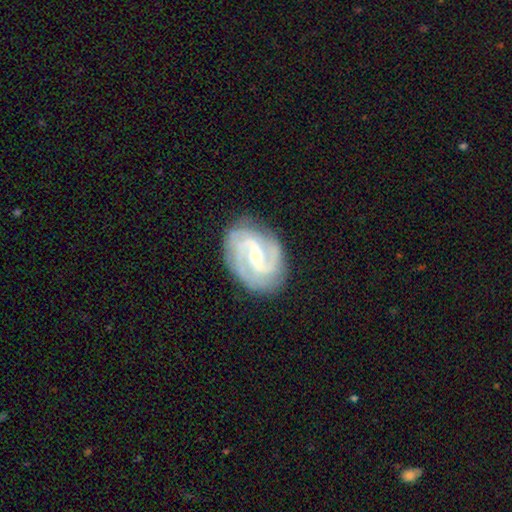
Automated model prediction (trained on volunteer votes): Q: Smooth or featured?
A: featured or disk (90%); runner-up: smooth (5%)
Q: Edge-on disk?
A: no (98%); runner-up: yes (2%)
Q: Bar?
A: weak (49%); runner-up: no (28%)
Q: Spiral arms?
A: yes (98%); runner-up: no (2%)
Q: Spiral winding?
A: medium (48%); runner-up: tight (39%)
Q: Spiral arm count?
A: 2 (55%); runner-up: 3 (25%)
Q: Bulge size?
A: small (62%); runner-up: moderate (35%)
Q: Merging?
A: none (81%); runner-up: minor disturbance (14%)